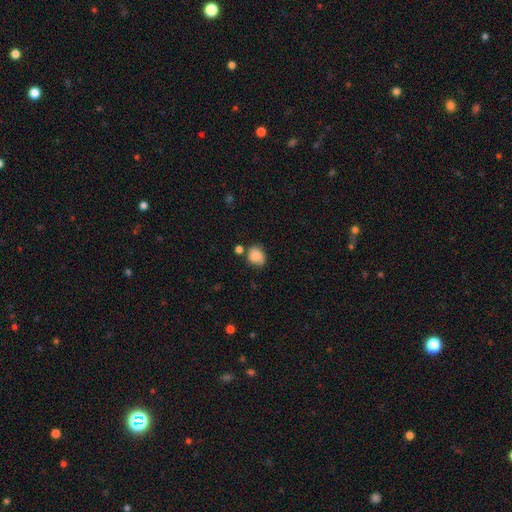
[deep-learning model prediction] This appears to be a smooth galaxy with no disk features (83%) that is round (59%). Merging: none (58%).